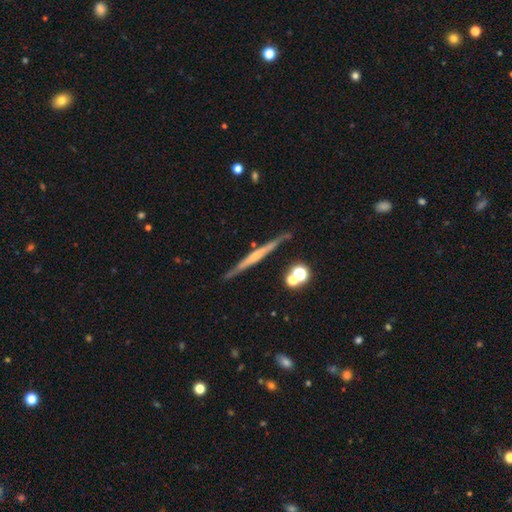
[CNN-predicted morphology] This appears to be a featured or disk galaxy (65%) viewed edge-on (96%) with no central bulge (51%). Merging: none (84%).